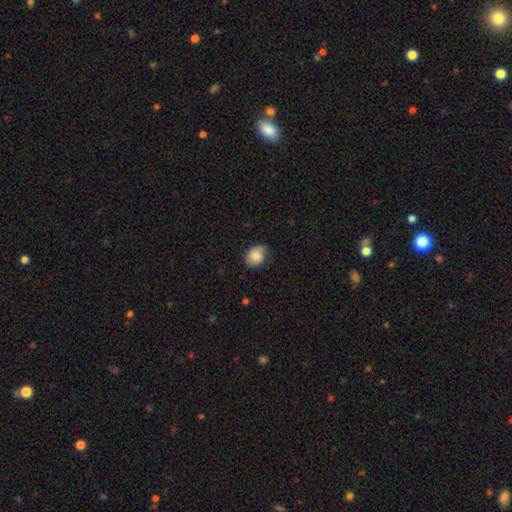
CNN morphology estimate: Q: Smooth or featured?
A: smooth (75%); runner-up: featured or disk (17%)
Q: How rounded?
A: in between (55%); runner-up: round (44%)
Q: Merging?
A: none (66%); runner-up: minor disturbance (27%)